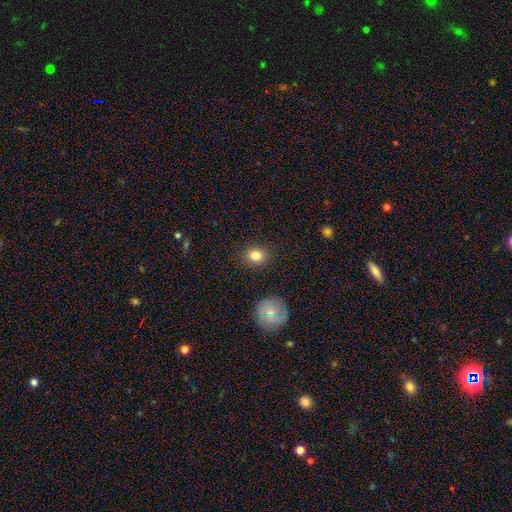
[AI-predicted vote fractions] Smooth or featured? smooth (82%)
How rounded? round (62%)
Merging? none (88%)